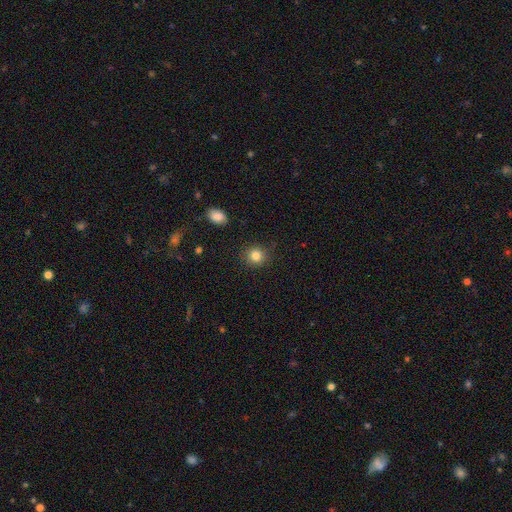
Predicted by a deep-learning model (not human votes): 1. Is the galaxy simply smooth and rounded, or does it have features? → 84% smooth, 11% star or artifact, 5% featured or disk.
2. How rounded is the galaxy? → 87% round, 12% in between, 1% cigar-shaped.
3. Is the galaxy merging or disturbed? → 89% none, 8% minor disturbance, 2% major disturbance, 1% merger.